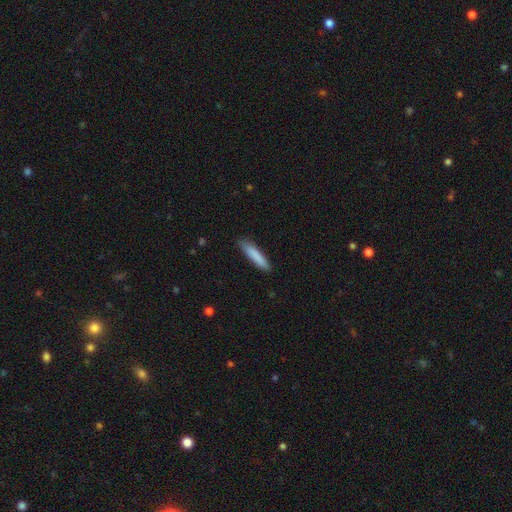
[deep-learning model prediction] smooth 86%, featured or disk 8%, star or artifact 6%. Down the decision tree: how rounded — cigar-shaped (85%); merging — none (86%).